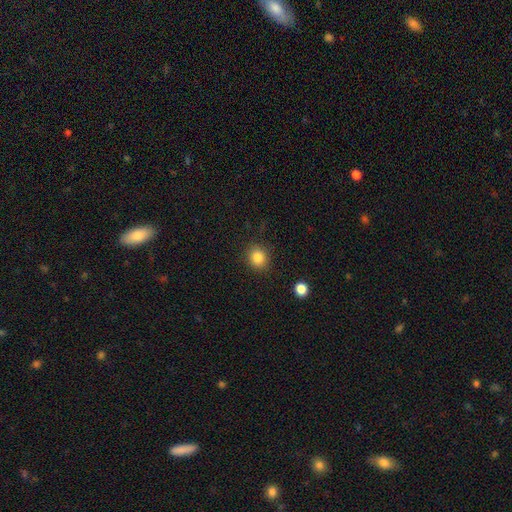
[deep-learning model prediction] This appears to be a smooth galaxy with no disk features (83%) that is round (84%). Merging: none (90%).